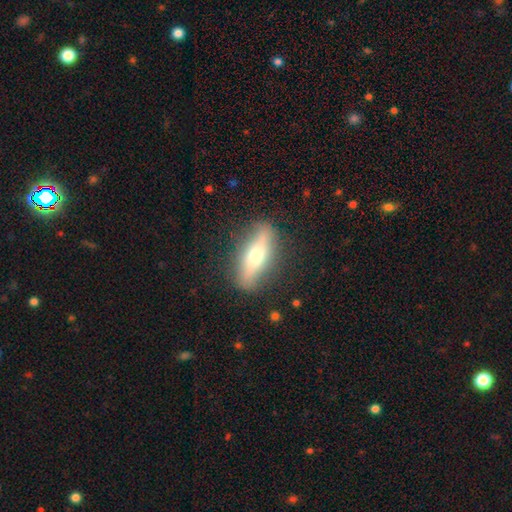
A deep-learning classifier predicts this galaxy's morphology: The model was most divided on "smooth or featured": featured or disk: 51%, smooth: 42%, star or artifact: 6%. More confident: merging — none (85%); edge-on disk — yes (74%).